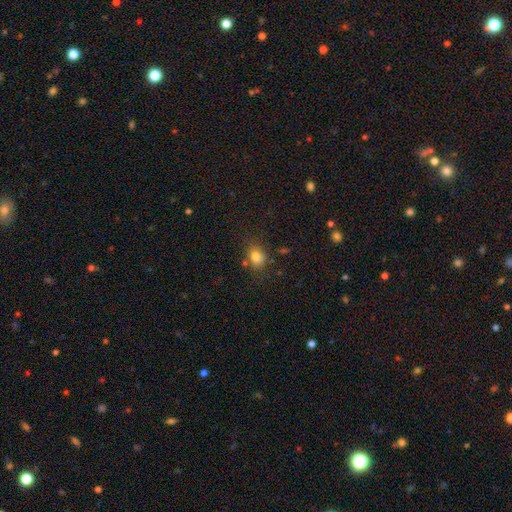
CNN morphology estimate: Smooth or featured? smooth (80%)
How rounded? round (53%)
Merging? none (72%)